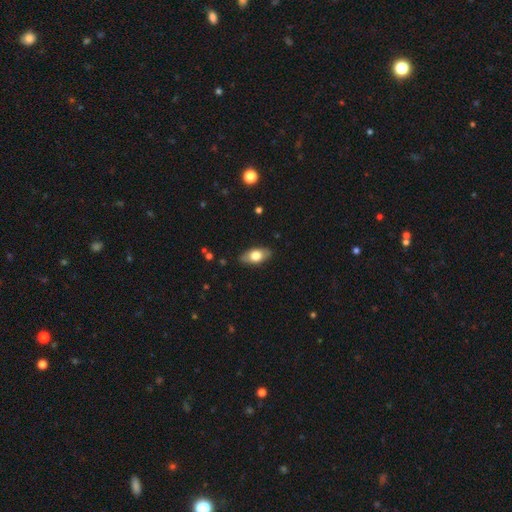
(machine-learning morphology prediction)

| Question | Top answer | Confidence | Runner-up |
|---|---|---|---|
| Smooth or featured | smooth | 70% | featured or disk (23%) |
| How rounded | in between | 89% | cigar-shaped (7%) |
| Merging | none | 85% | minor disturbance (11%) |